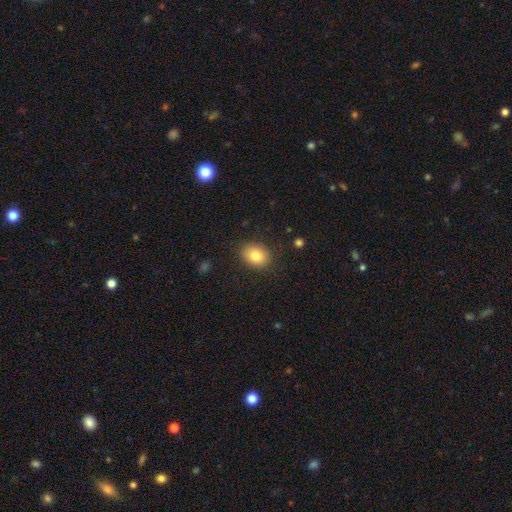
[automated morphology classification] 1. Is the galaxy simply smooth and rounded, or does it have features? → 84% smooth, 9% star or artifact, 8% featured or disk.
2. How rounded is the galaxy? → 55% in between, 45% round, 1% cigar-shaped.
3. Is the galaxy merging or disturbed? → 86% none, 10% minor disturbance, 3% major disturbance, 1% merger.